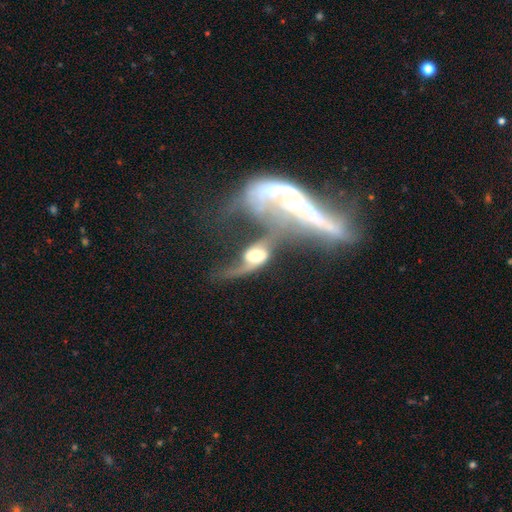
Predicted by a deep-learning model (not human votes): Smooth or featured: featured or disk — 66% (smooth — 25%)
Edge-on disk: no — 90% (yes — 10%)
Bar: no — 54% (weak — 31%)
Spiral arms: yes — 79% (no — 21%)
Bulge size: moderate — 47% (large — 31%)
Merging: merger — 63% (major disturbance — 19%)